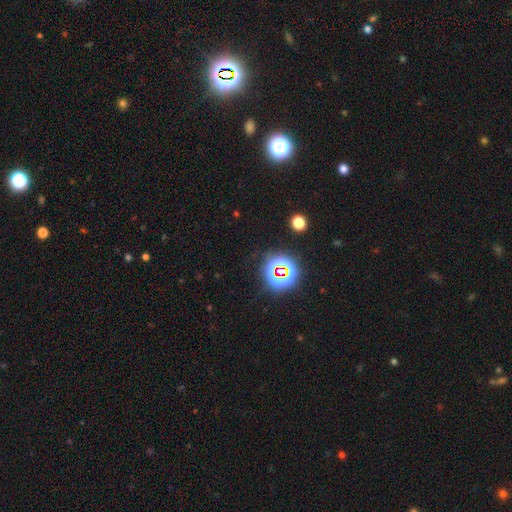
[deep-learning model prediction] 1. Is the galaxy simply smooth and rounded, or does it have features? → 81% star or artifact, 13% smooth, 7% featured or disk.